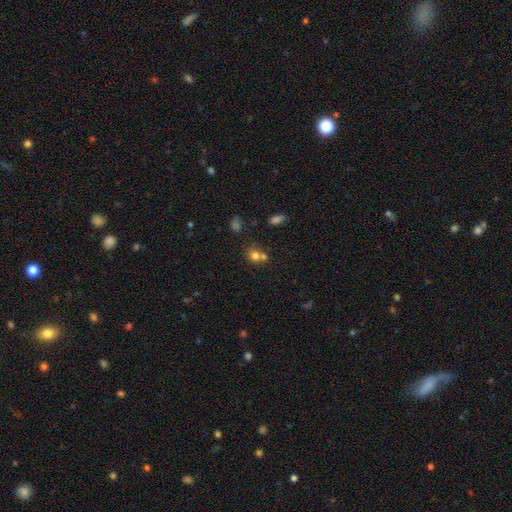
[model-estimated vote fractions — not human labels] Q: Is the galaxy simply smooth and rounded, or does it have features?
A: smooth — 73%.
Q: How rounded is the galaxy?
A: round — 71%.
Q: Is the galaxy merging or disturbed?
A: merger — 47%.